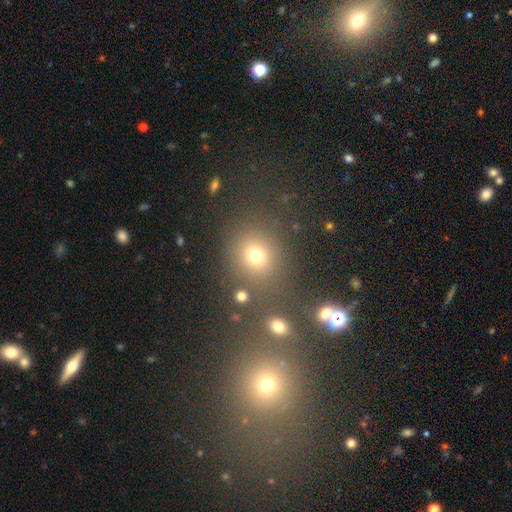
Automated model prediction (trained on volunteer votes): Smooth or featured? Predicted: smooth (p=0.67). How rounded? Predicted: round (p=0.78). Merging? Predicted: none (p=0.74).